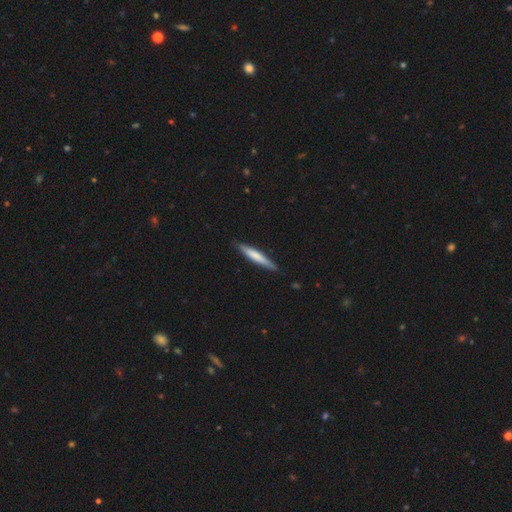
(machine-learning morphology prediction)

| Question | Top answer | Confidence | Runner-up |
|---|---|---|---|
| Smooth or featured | smooth | 63% | featured or disk (32%) |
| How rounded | cigar-shaped | 93% | in between (6%) |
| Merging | none | 88% | minor disturbance (9%) |